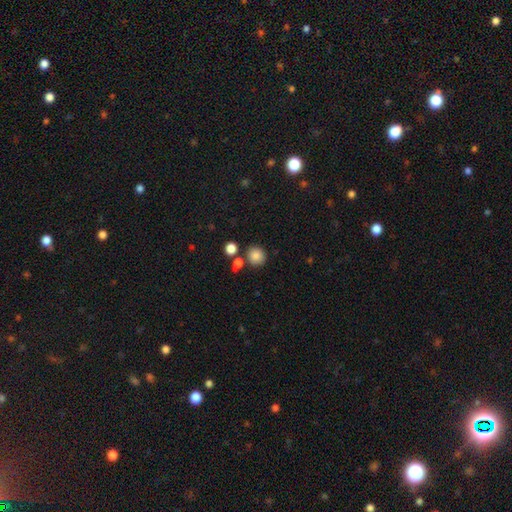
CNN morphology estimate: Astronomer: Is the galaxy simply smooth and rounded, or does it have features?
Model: smooth — 85%.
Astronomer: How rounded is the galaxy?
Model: round — 85%.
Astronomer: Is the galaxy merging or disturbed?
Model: none — 77%.